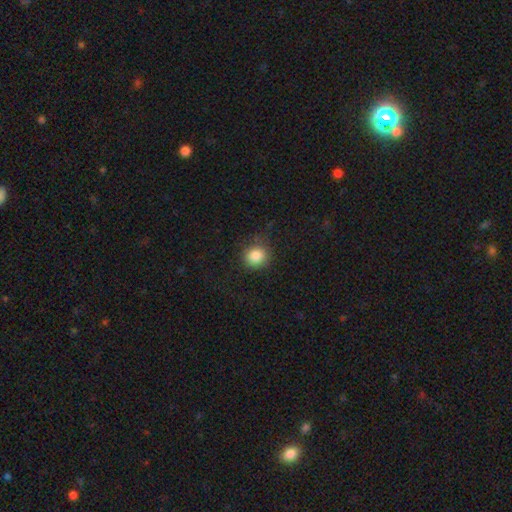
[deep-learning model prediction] Smooth or featured? smooth (85%)
How rounded? round (87%)
Merging? none (83%)